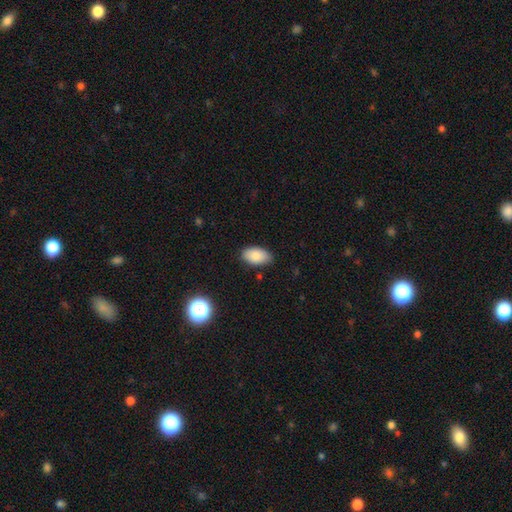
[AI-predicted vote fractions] Smooth or featured?
  - smooth: 84% *
  - featured or disk: 8%
  - star or artifact: 8%
How rounded?
  - in between: 94% *
  - round: 5%
  - cigar-shaped: 2%
Merging?
  - none: 82% *
  - minor disturbance: 14%
  - major disturbance: 2%
  - merger: 1%